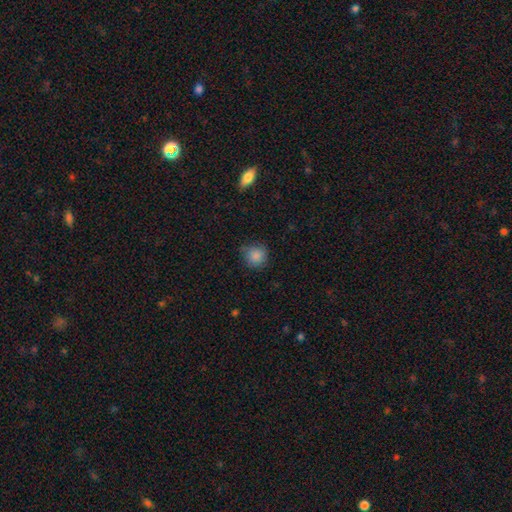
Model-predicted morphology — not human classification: Smooth or featured? Predicted: smooth (p=0.86). How rounded? Predicted: round (p=0.89). Merging? Predicted: none (p=0.73).